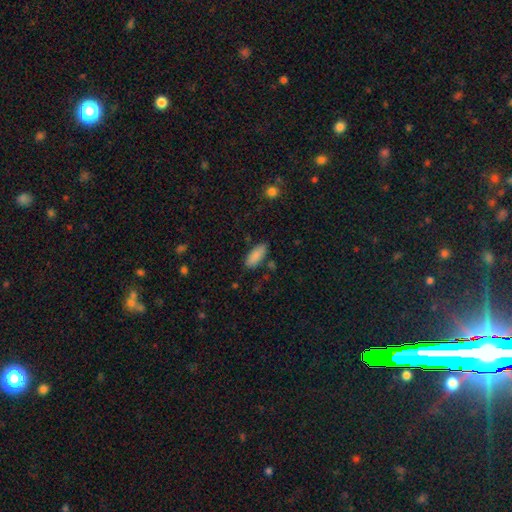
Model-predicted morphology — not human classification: The model was most divided on "how rounded": in between: 84%, cigar-shaped: 14%, round: 2%. More confident: smooth or featured — smooth (87%); merging — none (83%).